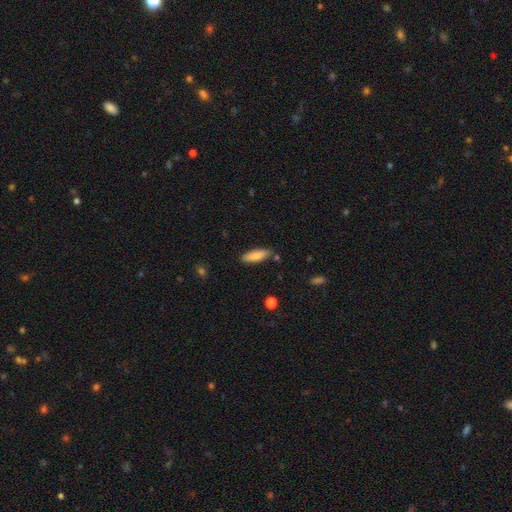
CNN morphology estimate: This appears to be a smooth galaxy with no disk features (83%) that is cigar-shaped (51%). Merging: none (82%).